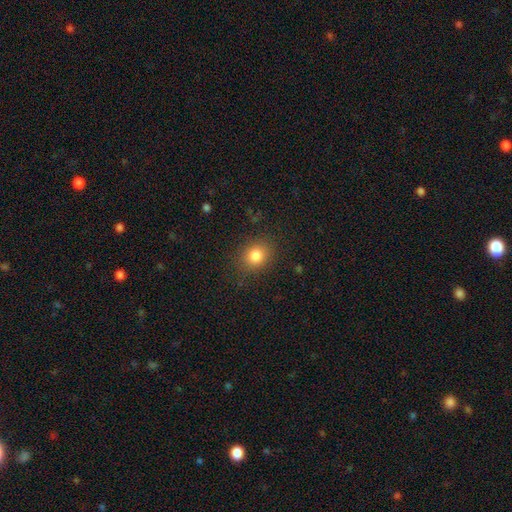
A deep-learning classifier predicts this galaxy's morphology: smooth_or_featured: smooth (p=0.82) [alt: star or artifact p=0.11]
how_rounded: round (p=0.65) [alt: in between p=0.34]
merging: none (p=0.85) [alt: minor disturbance p=0.10]